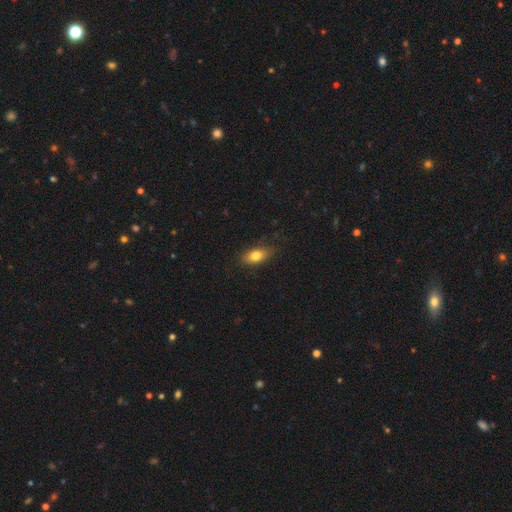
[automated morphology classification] Overall: smooth (78%). How rounded: in between (83%). Merging: none (79%).